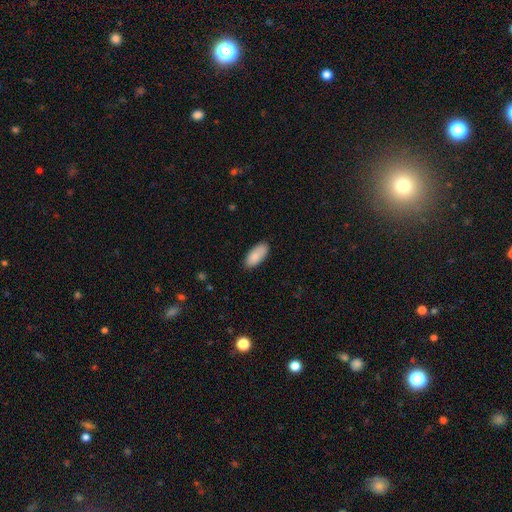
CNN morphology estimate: smooth-or-featured: smooth: 88% | featured or disk: 6% | star or artifact: 6%
  how-rounded: in between: 90% | cigar-shaped: 8% | round: 2%
  merging: none: 85% | minor disturbance: 12% | major disturbance: 2% | merger: 1%